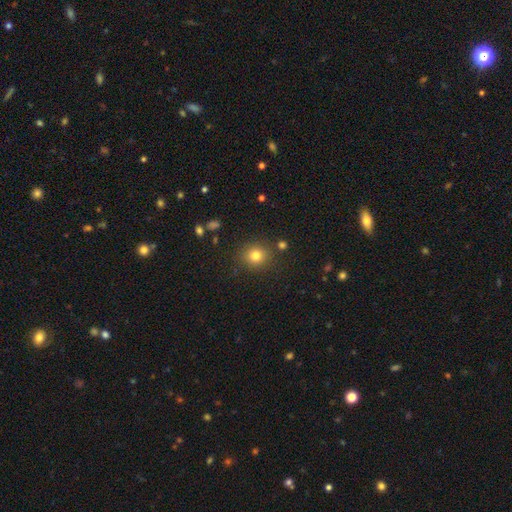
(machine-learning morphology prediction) smooth 80%, star or artifact 13%, featured or disk 7%. Down the decision tree: how rounded — round (83%); merging — none (85%).